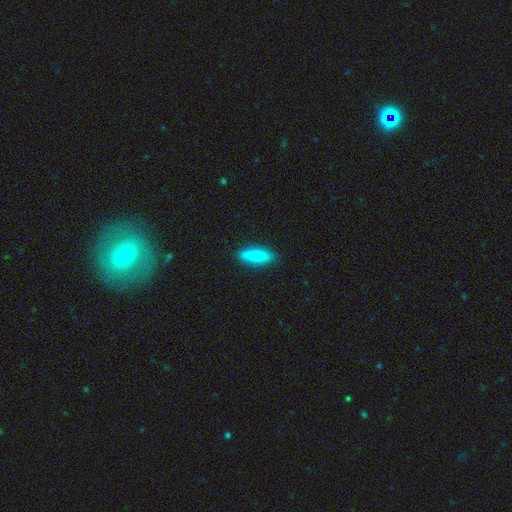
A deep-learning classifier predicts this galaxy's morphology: A smooth galaxy with no disk features (81%) that is cigar-shaped (74%).

Vote fractions:
- Smooth or featured? smooth: 81% / featured or disk: 12% / star or artifact: 6%
- How rounded? cigar-shaped: 74% / in between: 24% / round: 2%
- Merging? none: 88% / minor disturbance: 9% / major disturbance: 2% / merger: 1%